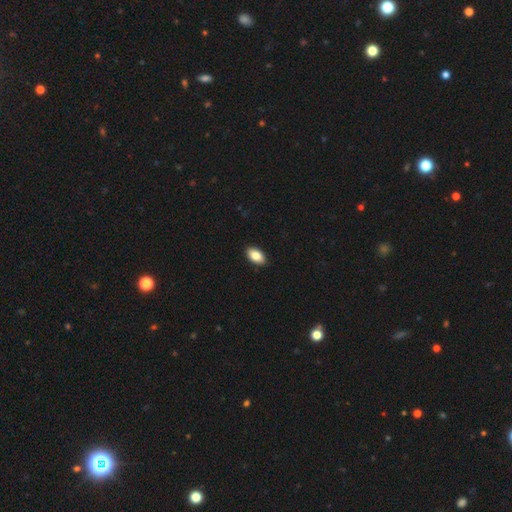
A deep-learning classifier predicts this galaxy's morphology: Smooth or featured?
  - smooth: 85% *
  - featured or disk: 8%
  - star or artifact: 7%
How rounded?
  - in between: 93% *
  - round: 5%
  - cigar-shaped: 2%
Merging?
  - none: 90% *
  - minor disturbance: 7%
  - major disturbance: 2%
  - merger: 1%